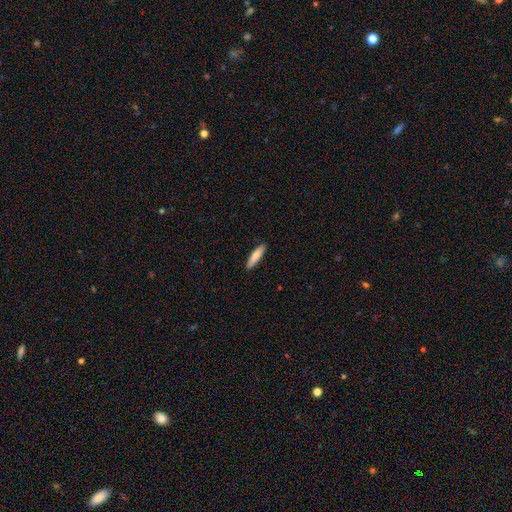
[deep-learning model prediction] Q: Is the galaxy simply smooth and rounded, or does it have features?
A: smooth — 81%.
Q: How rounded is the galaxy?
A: cigar-shaped — 78%.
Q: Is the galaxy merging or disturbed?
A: none — 89%.